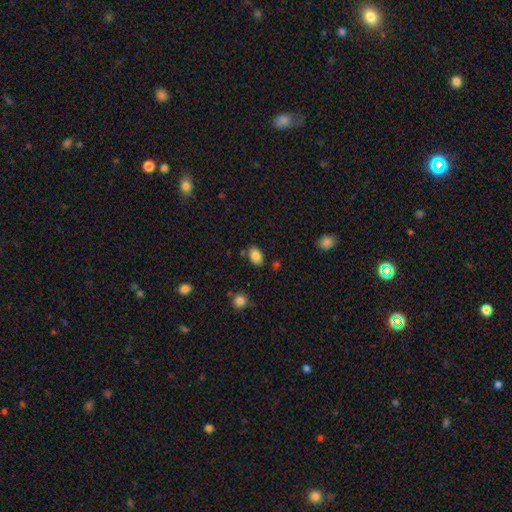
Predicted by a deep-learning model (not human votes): smooth 85%, star or artifact 9%, featured or disk 6%. Down the decision tree: how rounded — in between (83%); merging — none (80%).